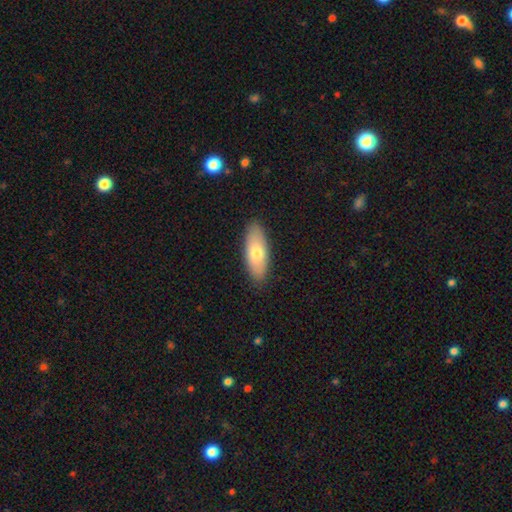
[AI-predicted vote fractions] Smooth or featured? smooth (72%)
How rounded? in between (79%)
Merging? none (88%)